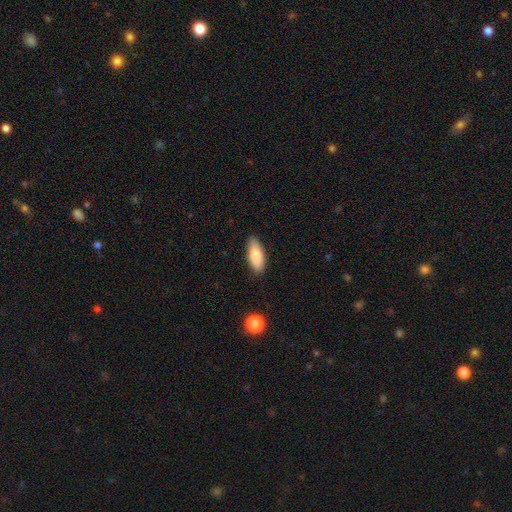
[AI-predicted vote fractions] Overall: smooth (84%). How rounded: in between (79%). Merging: none (85%).